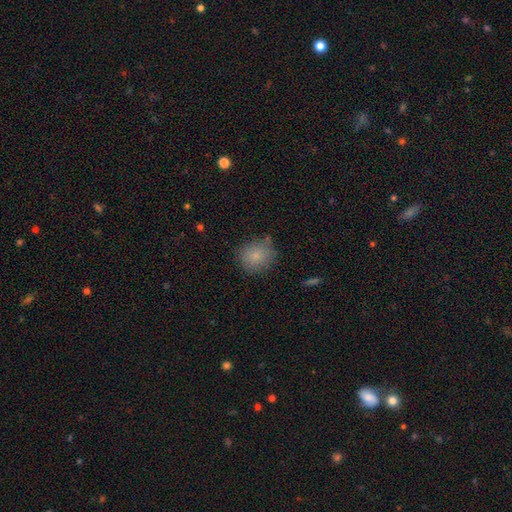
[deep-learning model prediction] Smooth or featured? smooth (83%)
How rounded? round (79%)
Merging? none (76%)